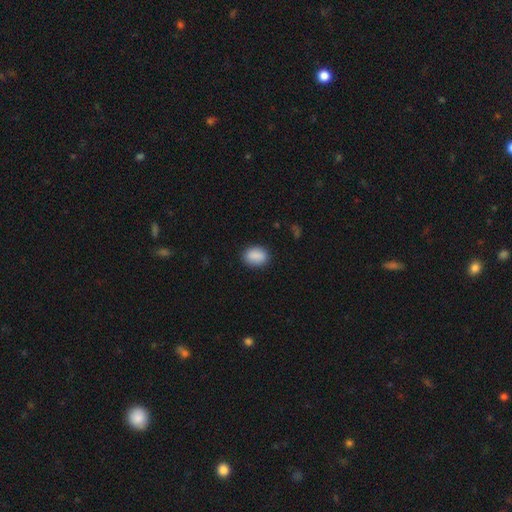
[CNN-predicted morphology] smooth 88%, star or artifact 7%, featured or disk 5%. Down the decision tree: how rounded — in between (74%); merging — none (85%).